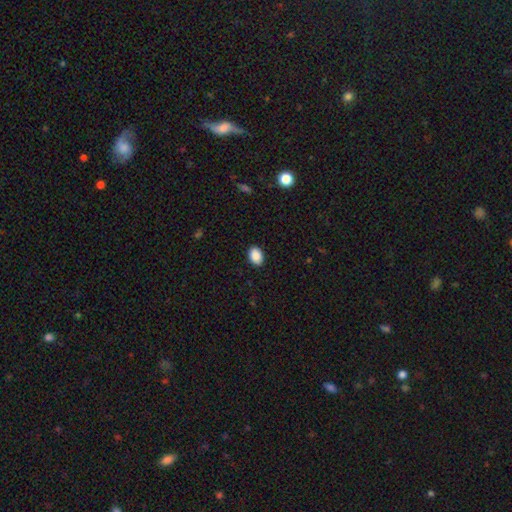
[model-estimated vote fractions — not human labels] A smooth galaxy with no disk features (90%) that is in between round and cigar-shaped (80%).

Vote fractions:
- Smooth or featured? smooth: 90% / star or artifact: 7% / featured or disk: 3%
- How rounded? in between: 80% / round: 19% / cigar-shaped: 1%
- Merging? none: 90% / minor disturbance: 7% / major disturbance: 2% / merger: 1%